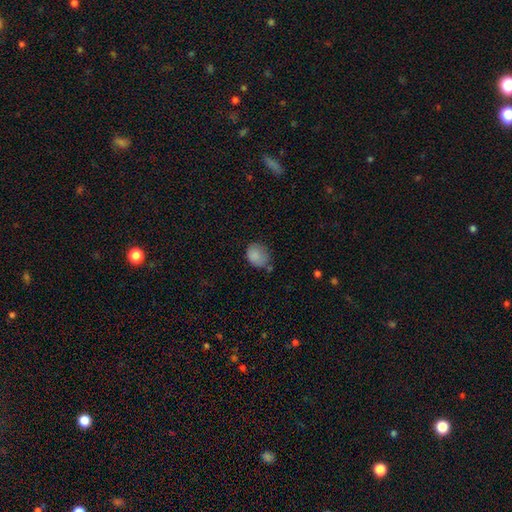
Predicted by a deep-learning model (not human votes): This is clearly a smooth galaxy (85%). How rounded: possibly in between (53%). Merging: possibly none (53%).